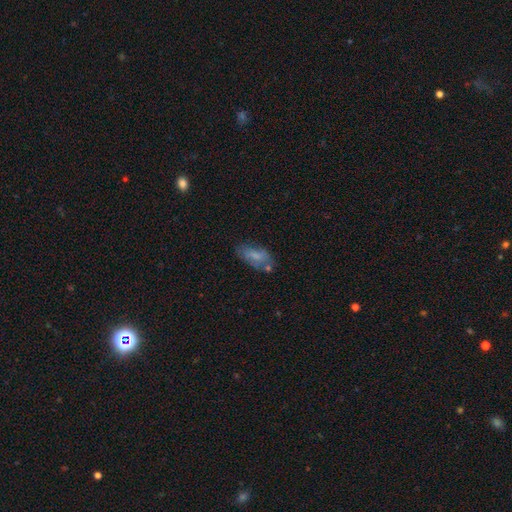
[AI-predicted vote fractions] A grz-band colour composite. It shows a smooth galaxy with no disk features (66%) that is in between round and cigar-shaped (84%). Merging: none (56%).